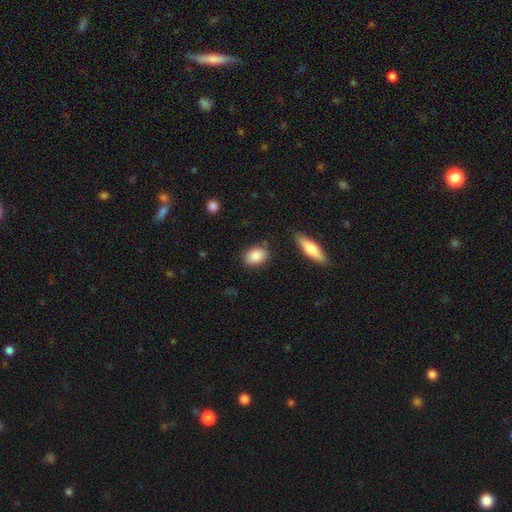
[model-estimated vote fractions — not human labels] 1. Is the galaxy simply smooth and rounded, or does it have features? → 85% smooth, 8% featured or disk, 6% star or artifact.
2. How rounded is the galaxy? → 79% in between, 19% round, 2% cigar-shaped.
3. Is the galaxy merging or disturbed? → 82% none, 12% minor disturbance, 3% merger, 3% major disturbance.